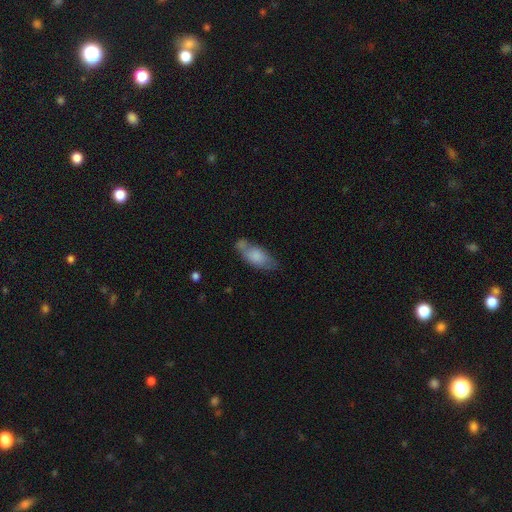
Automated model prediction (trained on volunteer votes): smooth_or_featured: smooth (p=0.75) [alt: featured or disk p=0.19]
how_rounded: in between (p=0.81) [alt: cigar-shaped p=0.17]
merging: none (p=0.52) [alt: minor disturbance p=0.26]